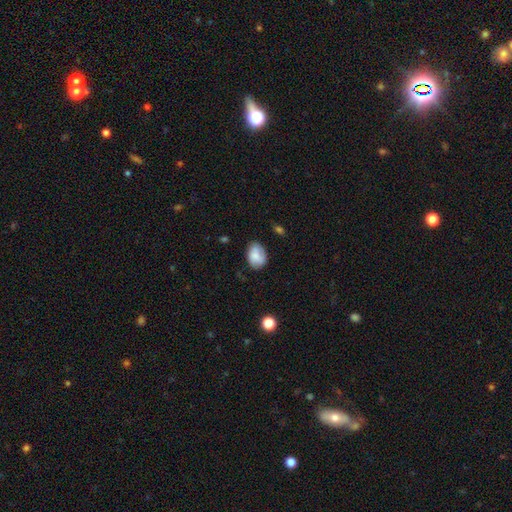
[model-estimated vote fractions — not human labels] Morphology: type=smooth (75%); roundness=in between (74%); merging=none (65%).